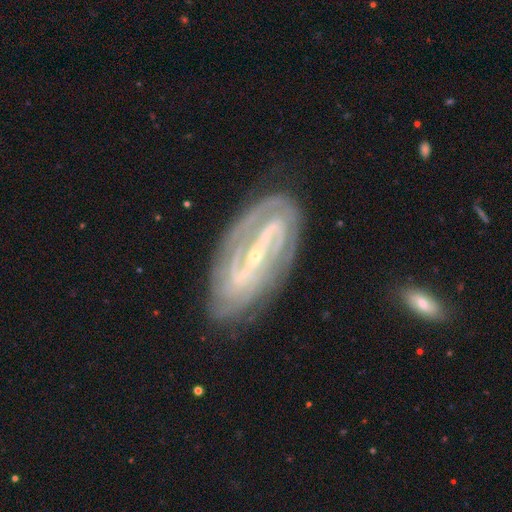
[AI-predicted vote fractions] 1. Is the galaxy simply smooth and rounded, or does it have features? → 87% featured or disk, 7% smooth, 6% star or artifact.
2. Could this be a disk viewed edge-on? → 91% no, 9% yes.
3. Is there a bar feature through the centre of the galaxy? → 66% strong, 23% weak, 11% no.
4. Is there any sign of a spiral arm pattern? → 93% yes, 7% no.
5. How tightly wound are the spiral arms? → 62% tight, 29% medium, 9% loose.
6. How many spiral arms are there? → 51% 2, 23% can't tell, 11% 3, 6% 4, 5% 1, 4% more than 4.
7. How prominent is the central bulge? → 75% small, 20% moderate, 2% none, 1% large, 1% dominant.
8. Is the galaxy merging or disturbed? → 78% none, 15% minor disturbance, 5% major disturbance, 2% merger.